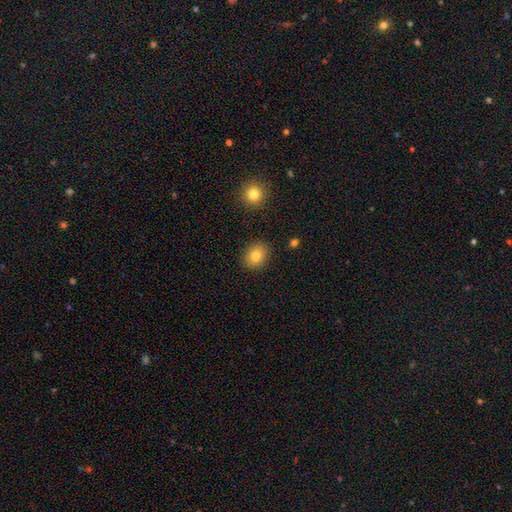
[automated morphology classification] type=smooth (82%); roundness=round (63%); merging=none (88%).